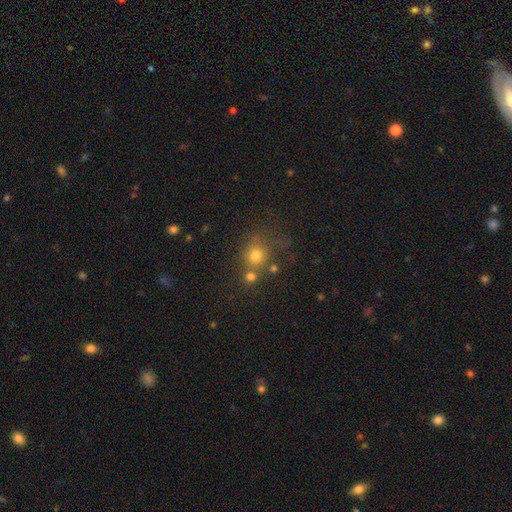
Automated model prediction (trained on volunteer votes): smooth-or-featured: smooth: 71% | star or artifact: 18% | featured or disk: 11%
  how-rounded: round: 84% | in between: 15% | cigar-shaped: 1%
  merging: none: 55% | merger: 26% | minor disturbance: 12% | major disturbance: 7%